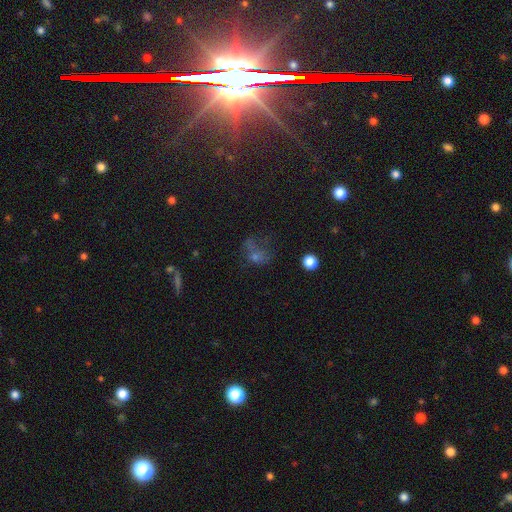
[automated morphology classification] Q: Smooth or featured?
A: smooth (43%); runner-up: star or artifact (35%)
Q: Merging?
A: none (39%); runner-up: major disturbance (30%)